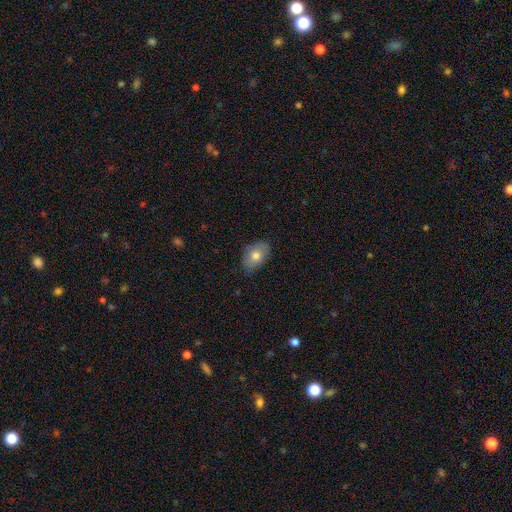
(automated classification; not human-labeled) This is likely a smooth galaxy (77%). How rounded: clearly in between (88%). Merging: clearly none (81%).